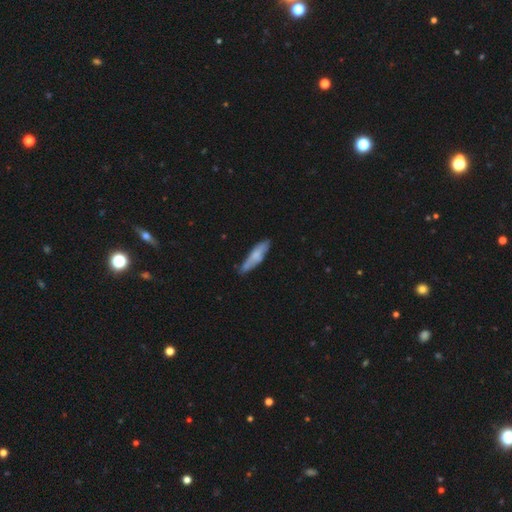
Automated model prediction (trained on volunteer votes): Q: Smooth or featured?
A: smooth (65%); runner-up: featured or disk (29%)
Q: How rounded?
A: cigar-shaped (73%); runner-up: in between (26%)
Q: Merging?
A: none (70%); runner-up: minor disturbance (24%)